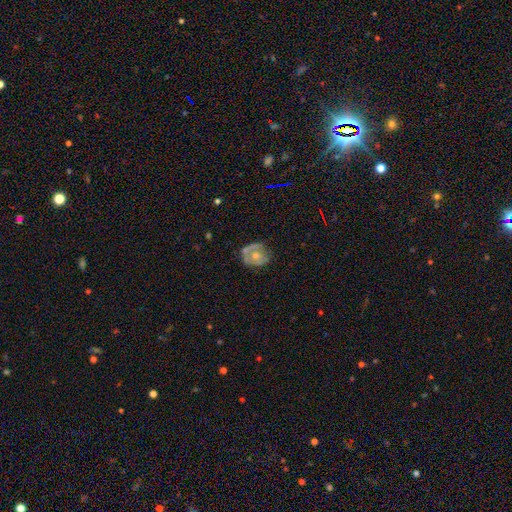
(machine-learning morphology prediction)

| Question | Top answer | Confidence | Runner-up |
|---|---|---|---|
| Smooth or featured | featured or disk | 52% | smooth (40%) |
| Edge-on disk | no | 97% | yes (3%) |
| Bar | no | 84% | weak (13%) |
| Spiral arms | no | 59% | yes (41%) |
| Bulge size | moderate | 53% | small (36%) |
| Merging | none | 51% | minor disturbance (28%) |